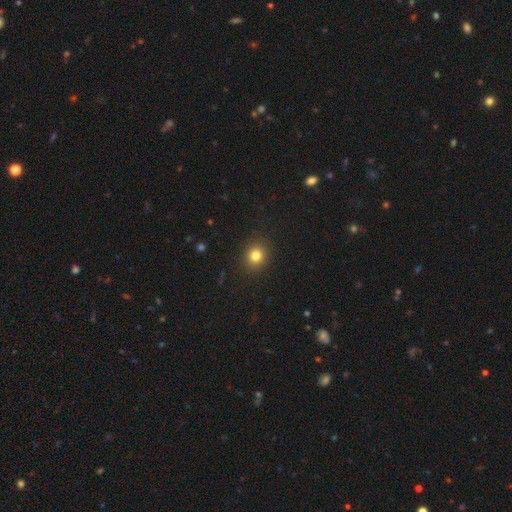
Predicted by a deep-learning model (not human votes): This is clearly a smooth galaxy (81%). How rounded: clearly round (81%). Merging: clearly none (91%).